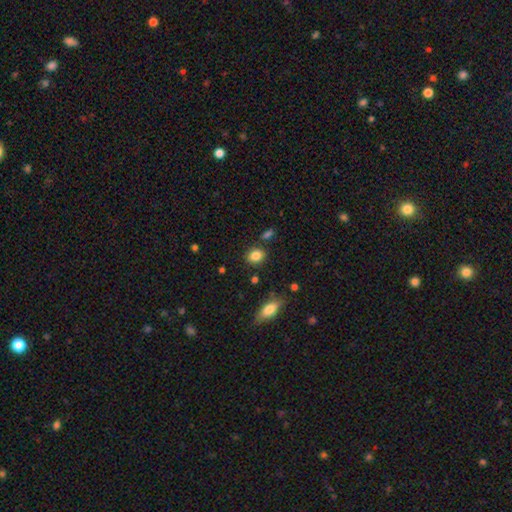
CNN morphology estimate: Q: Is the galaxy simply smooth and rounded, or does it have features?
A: smooth — 85%.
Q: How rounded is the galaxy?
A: round — 56%.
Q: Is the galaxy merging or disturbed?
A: none — 82%.